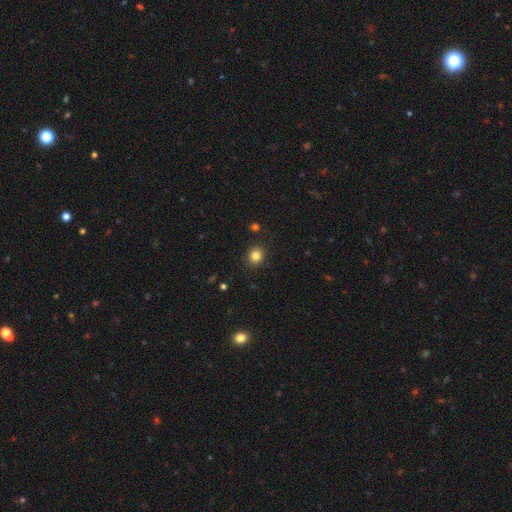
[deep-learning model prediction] A smooth galaxy with no disk features (83%) that is round (76%). Merging: none (89%).